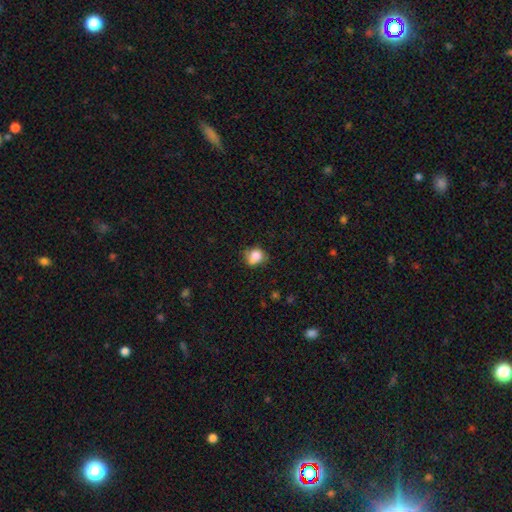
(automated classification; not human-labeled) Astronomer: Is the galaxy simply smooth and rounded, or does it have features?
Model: smooth — 82%.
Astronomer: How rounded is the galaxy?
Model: round — 64%.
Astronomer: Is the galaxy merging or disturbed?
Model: none — 56%.